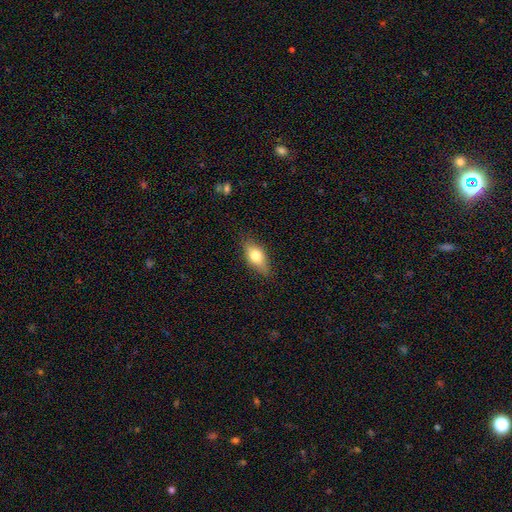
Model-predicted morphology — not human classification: This is likely a smooth galaxy (69%). How rounded: clearly in between (81%). Merging: clearly none (81%).